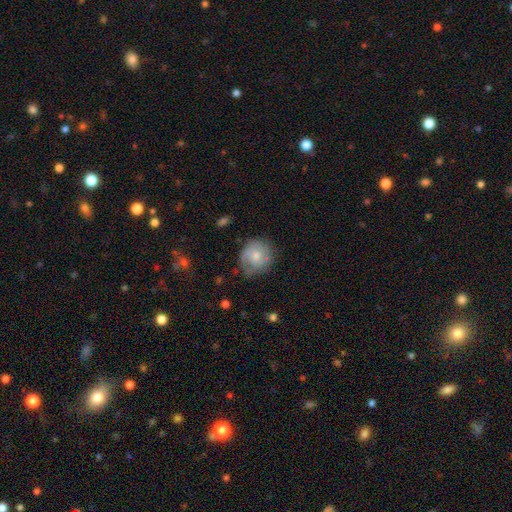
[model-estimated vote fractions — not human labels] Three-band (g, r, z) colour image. It shows a smooth galaxy with no disk features (57%) that is round (81%). Merging: none (64%).